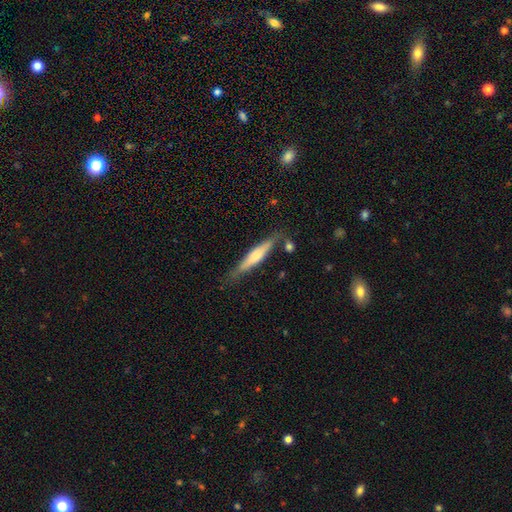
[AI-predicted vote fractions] A smooth galaxy with no disk features (51%) that is cigar-shaped (88%). Merging: none (74%).